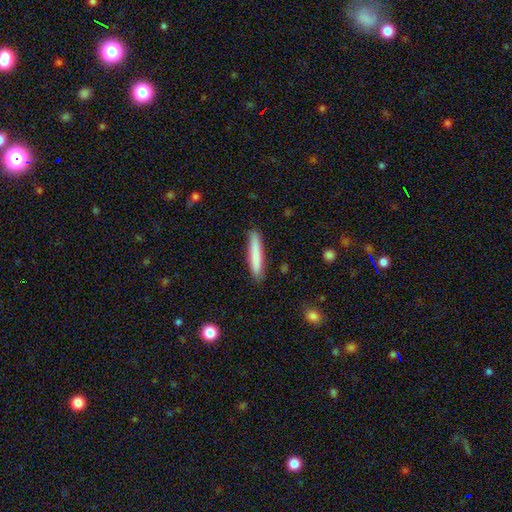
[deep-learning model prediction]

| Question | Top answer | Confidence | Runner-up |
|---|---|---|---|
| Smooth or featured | smooth | 81% | featured or disk (13%) |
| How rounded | cigar-shaped | 92% | in between (7%) |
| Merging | none | 87% | minor disturbance (10%) |